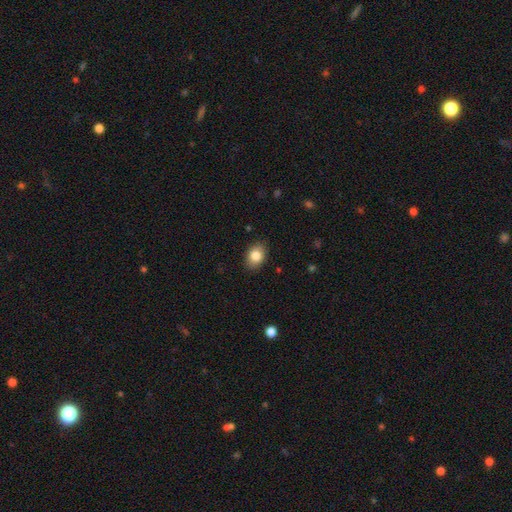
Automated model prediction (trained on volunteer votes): Overall: smooth (84%). How rounded: in between (72%). Merging: none (88%).